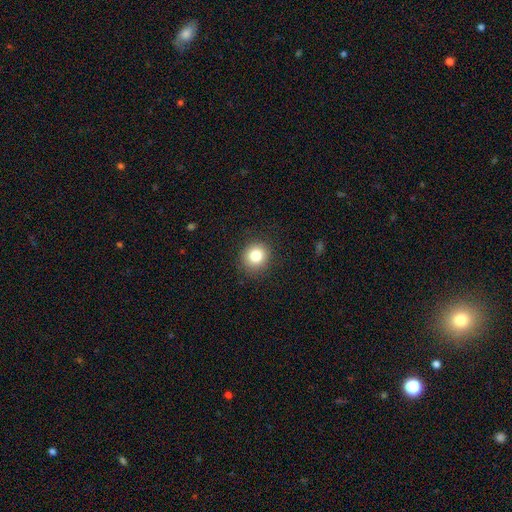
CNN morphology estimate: smooth-or-featured: smooth: 81% | star or artifact: 11% | featured or disk: 8%
  how-rounded: round: 86% | in between: 13% | cigar-shaped: 1%
  merging: none: 89% | minor disturbance: 8% | major disturbance: 3% | merger: 1%